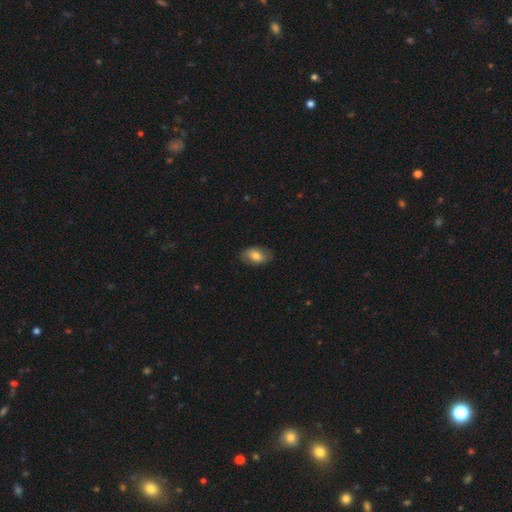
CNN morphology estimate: This is likely a smooth galaxy (73%). How rounded: clearly in between (90%). Merging: clearly none (82%).